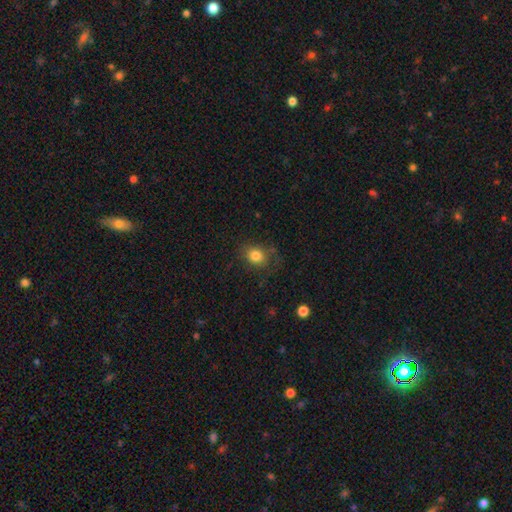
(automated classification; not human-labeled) smooth_or_featured: smooth (p=0.81) [alt: star or artifact p=0.11]
how_rounded: round (p=0.53) [alt: in between p=0.46]
merging: none (p=0.71) [alt: minor disturbance p=0.19]